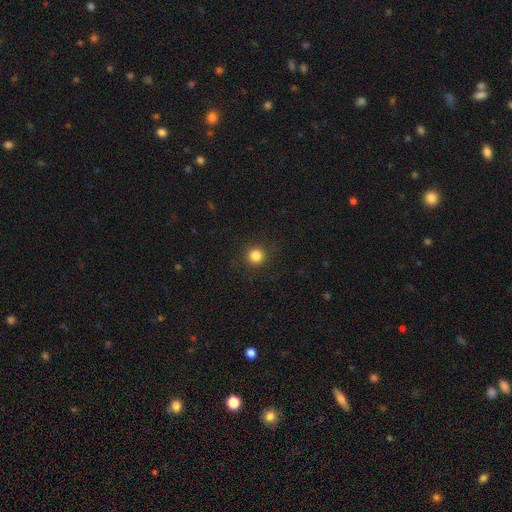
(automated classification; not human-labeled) Q: Smooth or featured?
A: smooth (84%); runner-up: star or artifact (12%)
Q: How rounded?
A: round (95%); runner-up: in between (5%)
Q: Merging?
A: none (91%); runner-up: minor disturbance (6%)